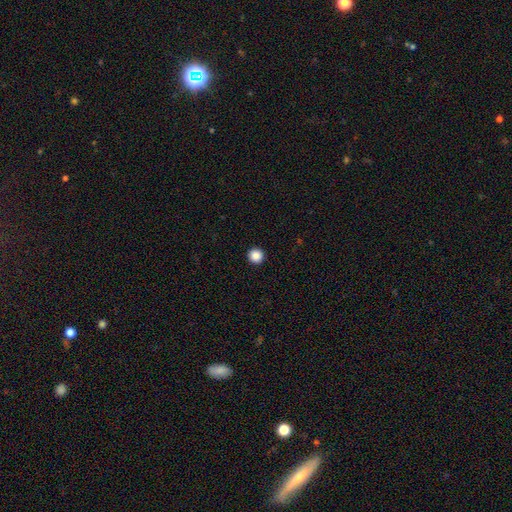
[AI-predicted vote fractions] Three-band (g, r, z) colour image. It shows a smooth galaxy with no disk features (88%) that is round (96%). Merging: none (94%).